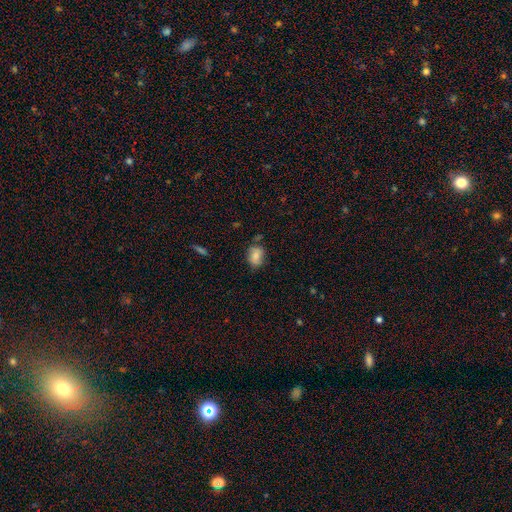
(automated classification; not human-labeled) Morphology: type=smooth (77%); roundness=in between (69%); merging=none (66%).